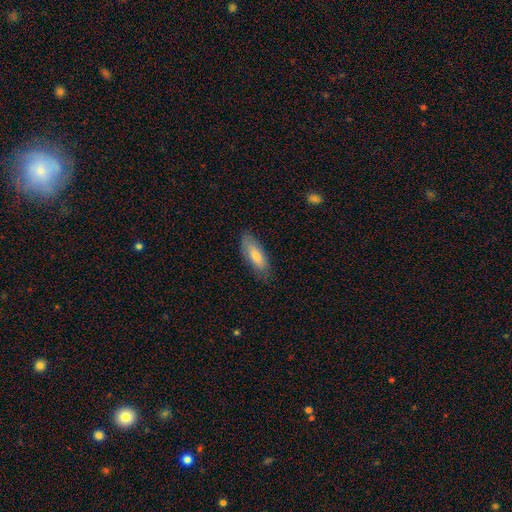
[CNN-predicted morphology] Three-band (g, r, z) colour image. It shows a smooth galaxy with no disk features (76%) that is in between round and cigar-shaped (65%). Merging: none (81%).